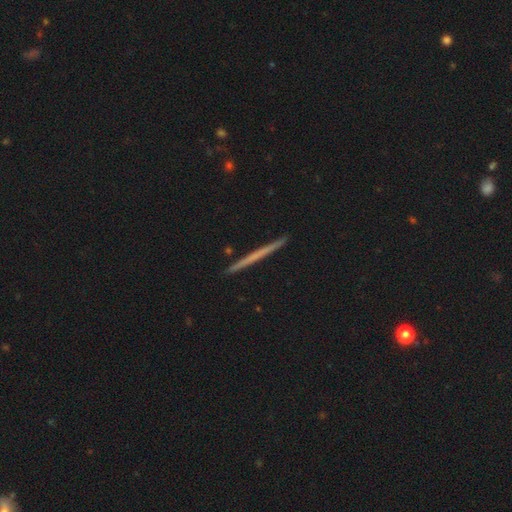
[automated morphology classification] This is possibly a featured or disk galaxy (55%). It is clearly viewed edge-on (98%). Edge-on bulge: clearly none (90%). Merging: clearly none (93%).